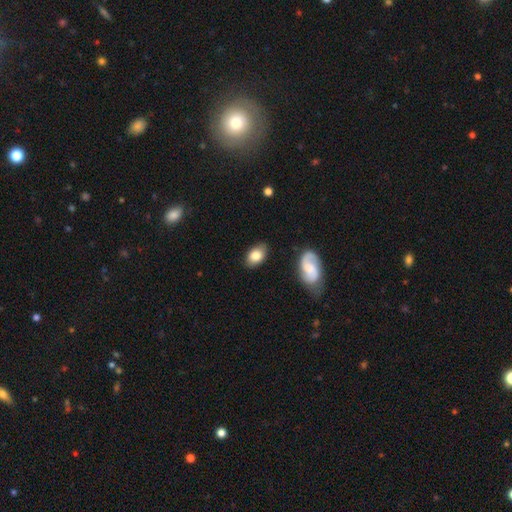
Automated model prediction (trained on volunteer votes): smooth_or_featured: smooth (p=0.78) [alt: featured or disk p=0.15]
how_rounded: in between (p=0.88) [alt: round p=0.10]
merging: none (p=0.82) [alt: minor disturbance p=0.13]